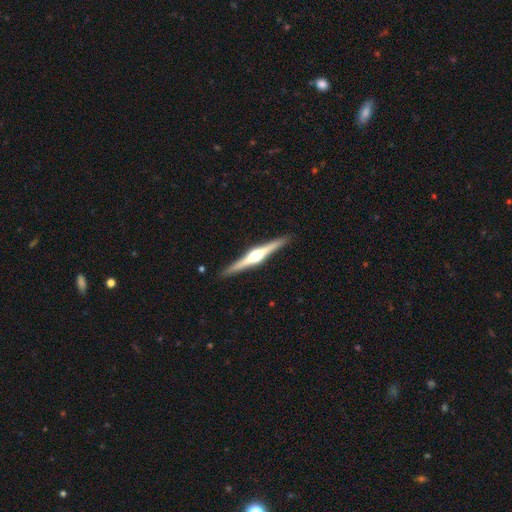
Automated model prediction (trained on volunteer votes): Smooth or featured? Predicted: featured or disk (p=0.84). Edge-on disk? Predicted: yes (p=0.99). Edge-on bulge? Predicted: rounded (p=0.95). Merging? Predicted: none (p=0.92).